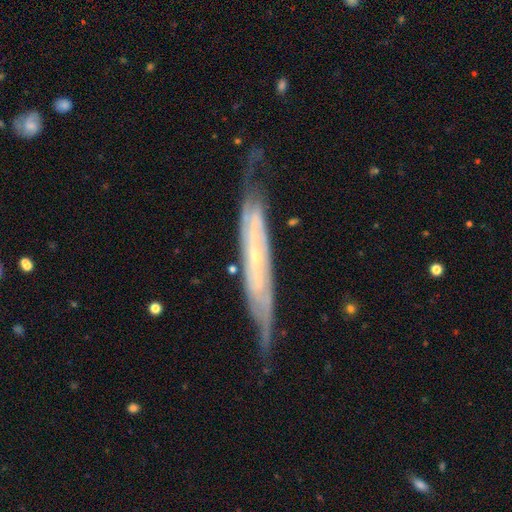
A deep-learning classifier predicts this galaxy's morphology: The model was most divided on "edge-on disk": yes: 51%, no: 49%. More confident: smooth or featured — featured or disk (81%); merging — none (70%).